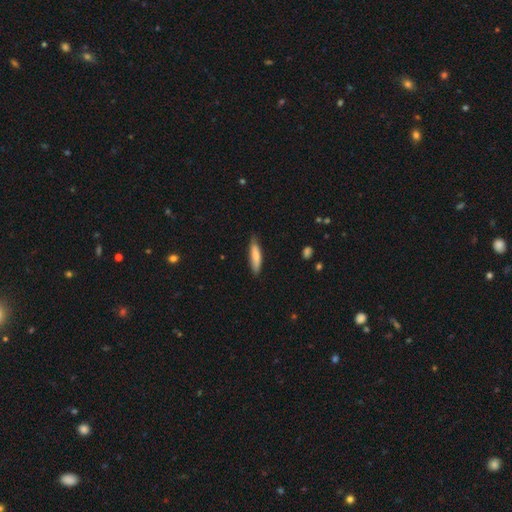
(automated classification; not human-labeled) This appears to be a smooth galaxy with no disk features (77%) that is cigar-shaped (77%). Merging: none (79%).